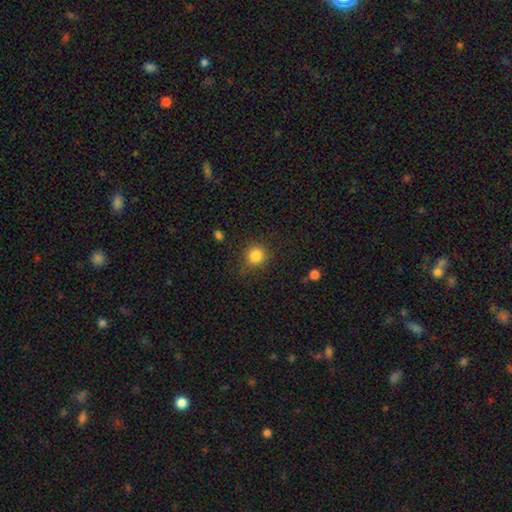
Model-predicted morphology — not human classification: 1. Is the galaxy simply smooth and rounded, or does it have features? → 84% smooth, 11% star or artifact, 5% featured or disk.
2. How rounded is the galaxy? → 88% round, 11% in between, 1% cigar-shaped.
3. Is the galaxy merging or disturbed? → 80% none, 13% minor disturbance, 5% major disturbance, 2% merger.